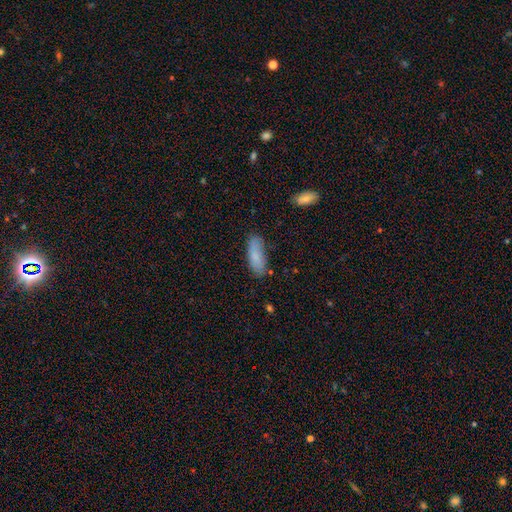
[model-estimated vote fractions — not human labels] Smooth or featured: smooth — 83% (featured or disk — 10%)
How rounded: in between — 66% (cigar-shaped — 32%)
Merging: none — 76% (minor disturbance — 18%)